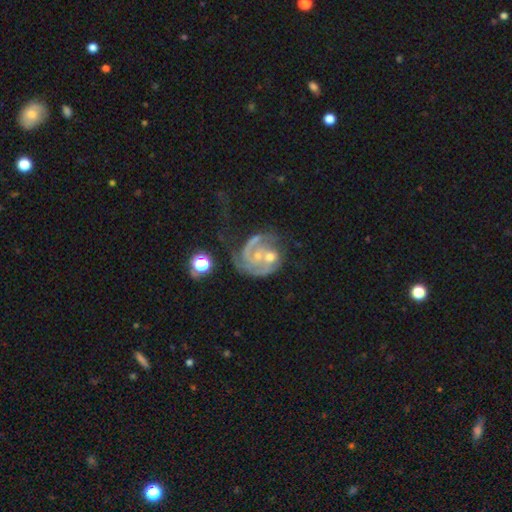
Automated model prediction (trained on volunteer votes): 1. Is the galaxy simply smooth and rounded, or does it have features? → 83% featured or disk, 10% smooth, 7% star or artifact.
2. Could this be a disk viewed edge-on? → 98% no, 2% yes.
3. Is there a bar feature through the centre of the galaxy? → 71% no, 24% weak, 5% strong.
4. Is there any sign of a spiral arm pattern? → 92% yes, 8% no.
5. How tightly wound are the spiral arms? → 47% tight, 39% medium, 14% loose.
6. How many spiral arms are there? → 47% 2, 19% can't tell, 15% 1, 12% 3, 4% 4, 3% more than 4.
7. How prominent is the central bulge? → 53% small, 35% moderate, 8% none, 3% large, 1% dominant.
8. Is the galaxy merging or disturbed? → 34% merger, 29% none, 21% major disturbance, 15% minor disturbance.